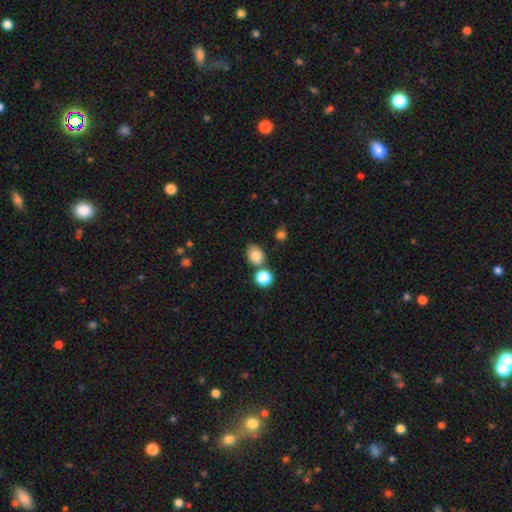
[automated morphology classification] Smooth or featured: smooth — 81% (star or artifact — 11%)
How rounded: in between — 62% (round — 37%)
Merging: none — 67% (merger — 17%)